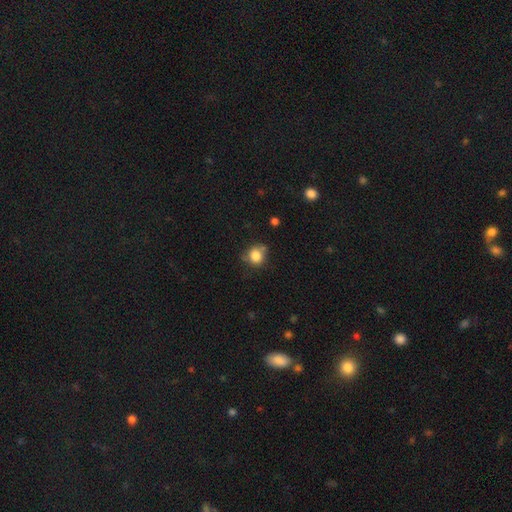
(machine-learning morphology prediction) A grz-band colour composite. It shows a smooth galaxy with no disk features (83%) that is round (83%). Merging: none (66%).